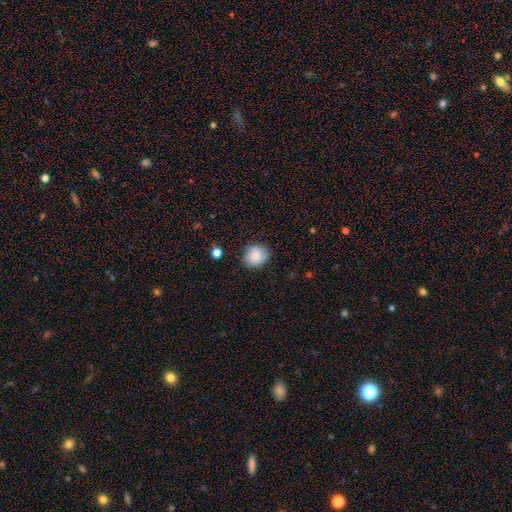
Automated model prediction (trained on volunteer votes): smooth_or_featured: smooth (p=0.83) [alt: star or artifact p=0.09]
how_rounded: round (p=0.77) [alt: in between p=0.22]
merging: none (p=0.78) [alt: minor disturbance p=0.17]